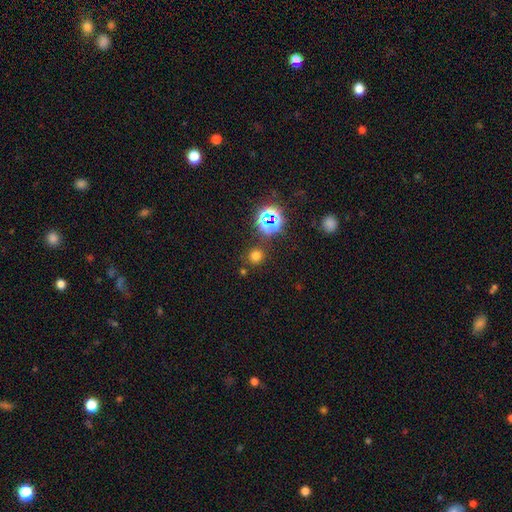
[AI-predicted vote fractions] The model was most divided on "smooth or featured": smooth: 67%, star or artifact: 27%, featured or disk: 6%. More confident: how rounded — round (90%); merging — none (83%).